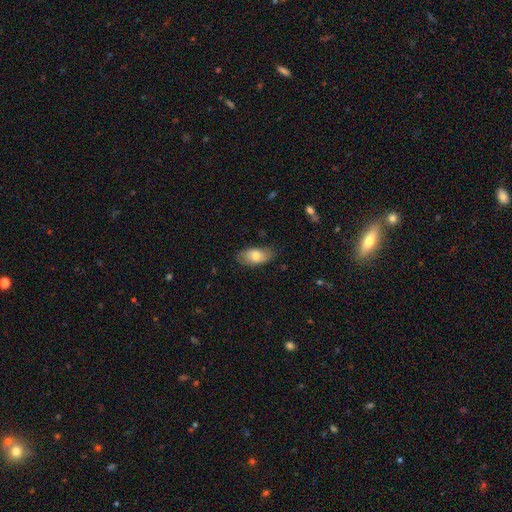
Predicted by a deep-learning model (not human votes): The model was most divided on "smooth or featured": smooth: 69%, featured or disk: 24%, star or artifact: 7%. More confident: how rounded — in between (91%); merging — none (73%).